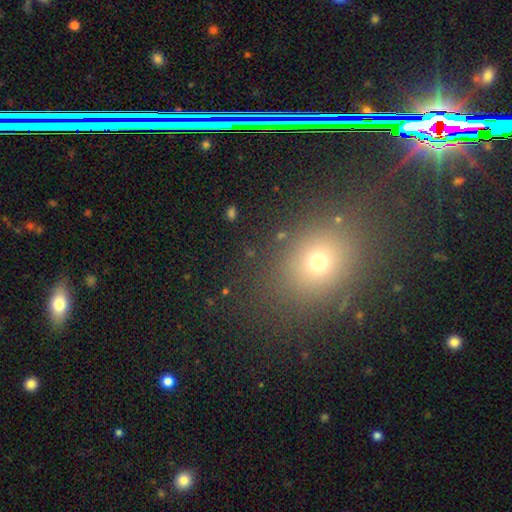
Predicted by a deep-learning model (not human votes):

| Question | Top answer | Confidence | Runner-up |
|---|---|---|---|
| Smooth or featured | smooth | 55% | star or artifact (35%) |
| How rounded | round | 61% | in between (37%) |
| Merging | none | 86% | minor disturbance (8%) |